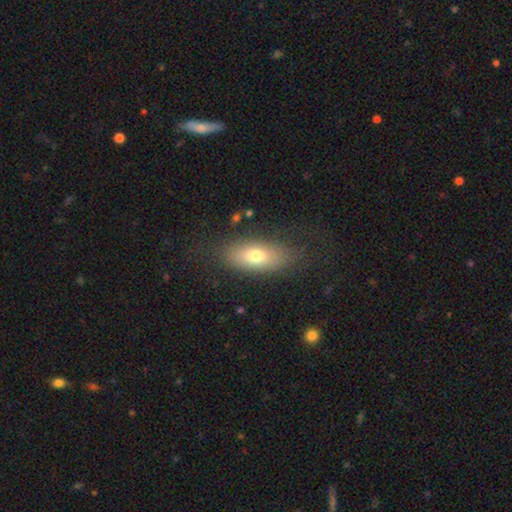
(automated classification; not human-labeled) Overall: smooth (71%). How rounded: in between (84%). Merging: none (76%).